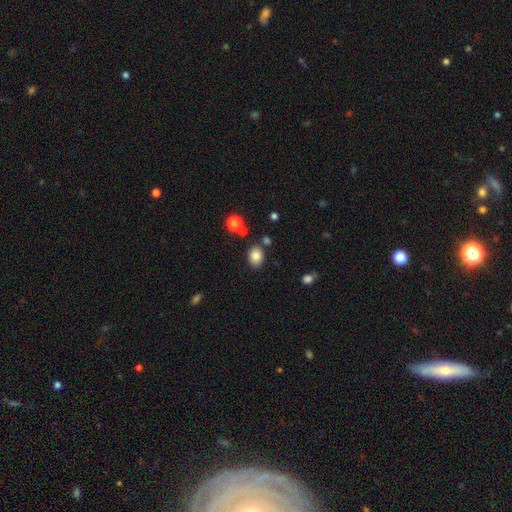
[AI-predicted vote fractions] Smooth or featured: smooth — 84% (star or artifact — 10%)
How rounded: in between — 63% (round — 36%)
Merging: none — 79% (minor disturbance — 12%)